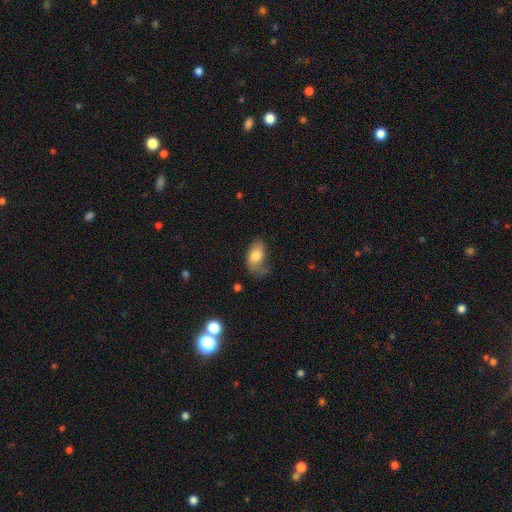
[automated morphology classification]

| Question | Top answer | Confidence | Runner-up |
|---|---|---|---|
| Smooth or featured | smooth | 68% | featured or disk (24%) |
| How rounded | in between | 90% | round (8%) |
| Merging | none | 39% | minor disturbance (30%) |